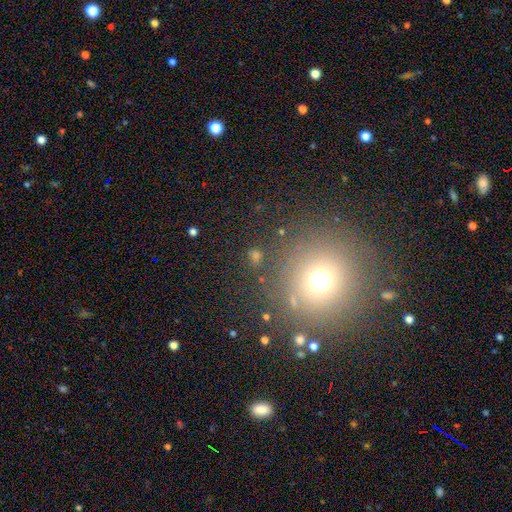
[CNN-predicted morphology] smooth 59%, star or artifact 32%, featured or disk 9%. Down the decision tree: how rounded — round (85%); merging — none (82%).